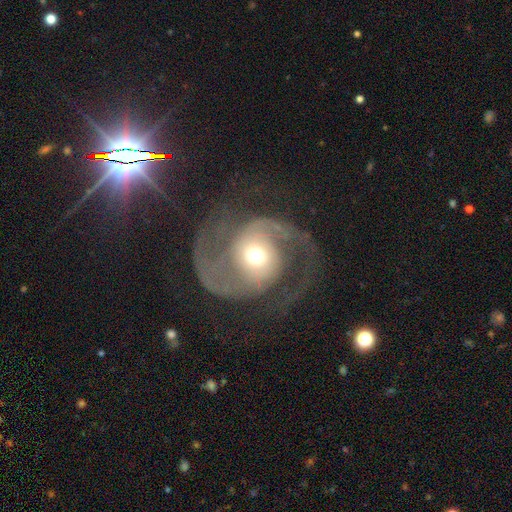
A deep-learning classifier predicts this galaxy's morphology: featured or disk 84%, smooth 10%, star or artifact 6%. Down the decision tree: edge-on disk — no (98%); bar — no (67%); spiral arms — yes (93%); spiral arm count — 2 (86%); spiral winding — medium (47%); bulge size — moderate (63%); merging — none (59%).